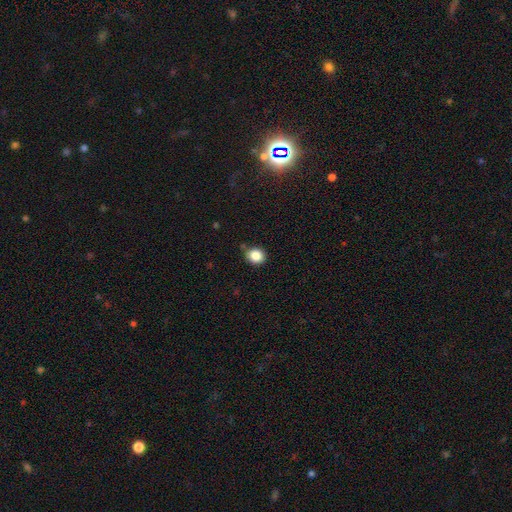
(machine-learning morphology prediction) Q: Smooth or featured?
A: smooth (86%); runner-up: star or artifact (10%)
Q: How rounded?
A: round (71%); runner-up: in between (28%)
Q: Merging?
A: none (83%); runner-up: minor disturbance (11%)